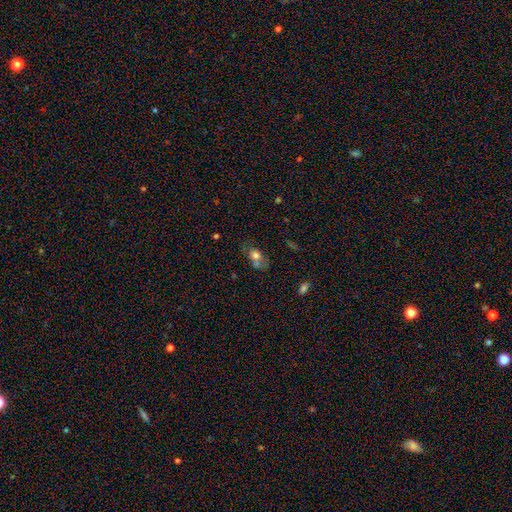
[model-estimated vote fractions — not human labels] smooth 72%, featured or disk 16%, star or artifact 12%. Down the decision tree: how rounded — in between (61%); merging — none (39%).